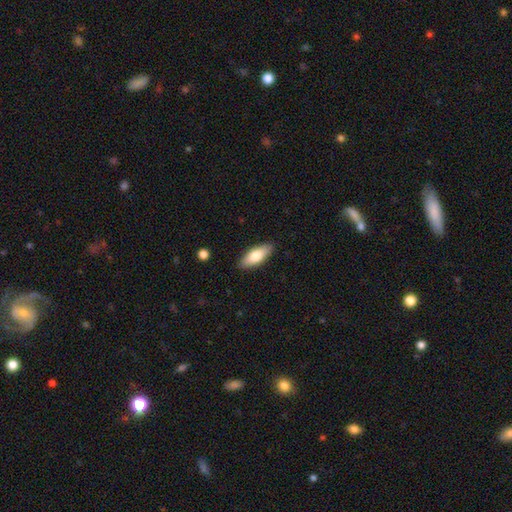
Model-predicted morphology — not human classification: Smooth or featured? Predicted: smooth (p=0.74). How rounded? Predicted: in between (p=0.76). Merging? Predicted: none (p=0.88).